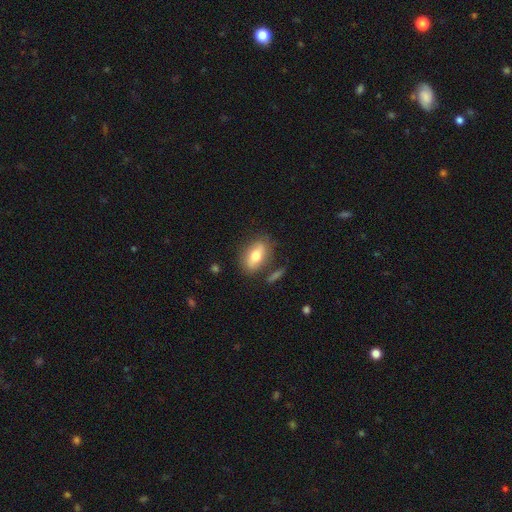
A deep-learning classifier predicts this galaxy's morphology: Smooth or featured? smooth (72%)
How rounded? in between (85%)
Merging? none (75%)